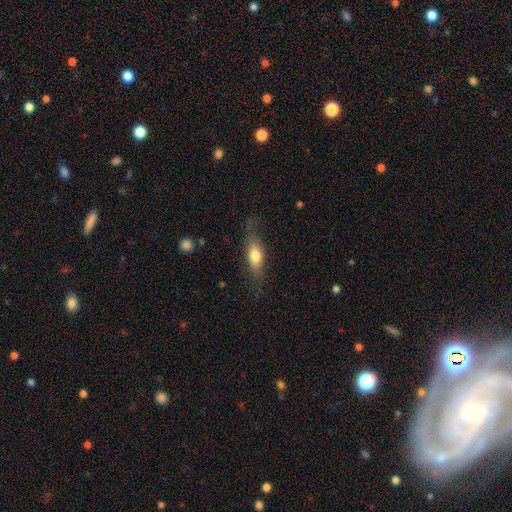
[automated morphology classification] type=smooth (70%); roundness=in between (72%); merging=none (67%).